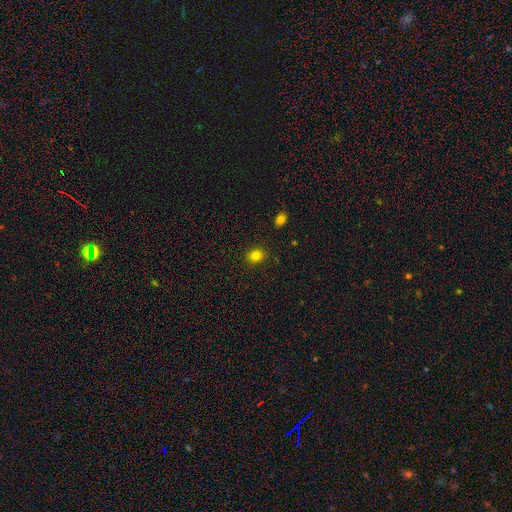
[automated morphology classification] smooth_or_featured: smooth (p=0.81) [alt: star or artifact p=0.13]
how_rounded: round (p=0.65) [alt: in between p=0.34]
merging: none (p=0.89) [alt: minor disturbance p=0.08]